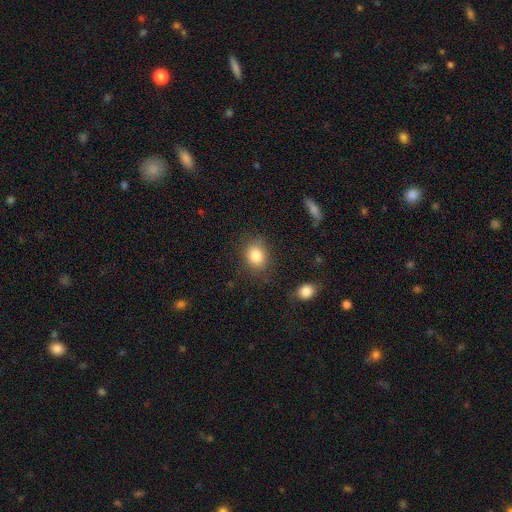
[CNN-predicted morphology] The model was most divided on "how rounded": round: 52%, in between: 47%, cigar-shaped: 1%. More confident: smooth or featured — smooth (84%); merging — none (79%).